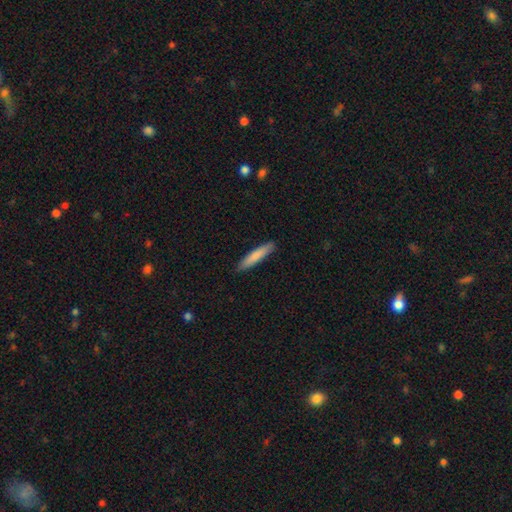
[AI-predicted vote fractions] Morphology: type=smooth (81%); roundness=cigar-shaped (91%); merging=none (89%).